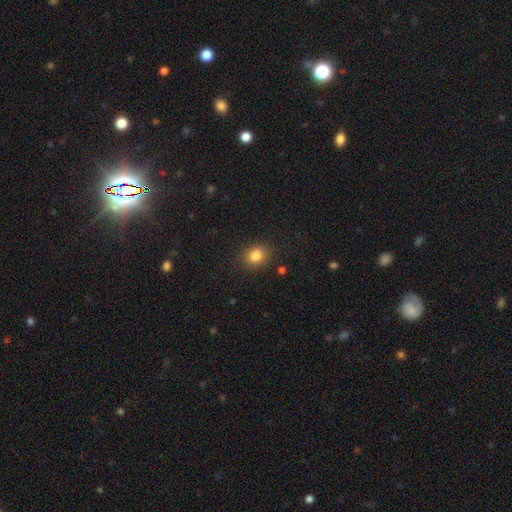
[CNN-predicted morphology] The model was most divided on "how rounded": round: 71%, in between: 28%, cigar-shaped: 1%. More confident: merging — none (87%); smooth or featured — smooth (83%).